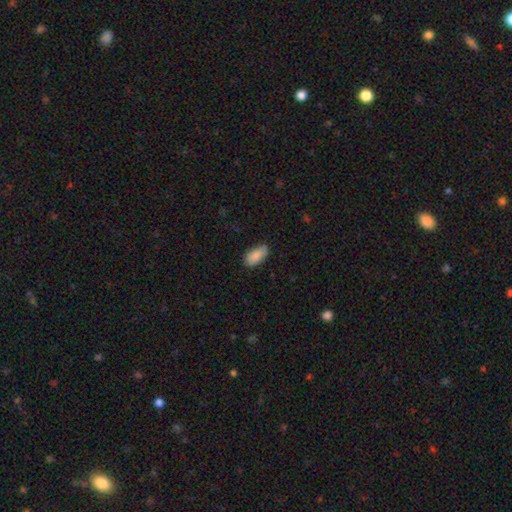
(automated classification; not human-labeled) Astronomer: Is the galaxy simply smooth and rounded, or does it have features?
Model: smooth — 88%.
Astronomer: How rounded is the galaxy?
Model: in between — 93%.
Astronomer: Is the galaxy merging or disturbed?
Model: none — 77%.